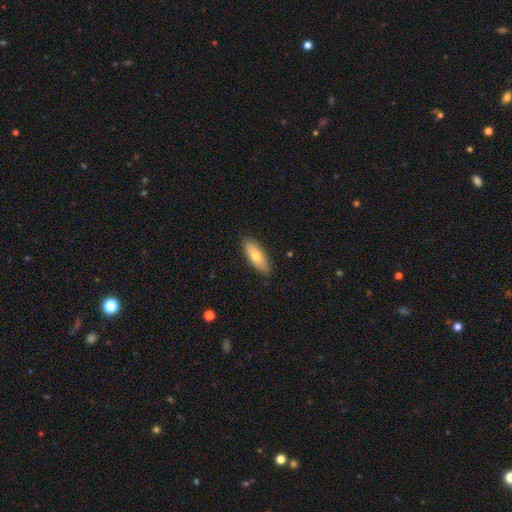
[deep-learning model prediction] This is likely a smooth galaxy (71%). How rounded: likely in between (64%). Merging: clearly none (88%).